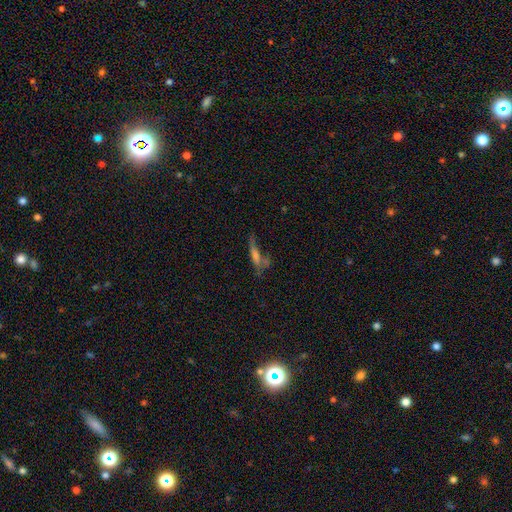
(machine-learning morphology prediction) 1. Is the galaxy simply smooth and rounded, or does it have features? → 44% smooth, 40% featured or disk, 16% star or artifact.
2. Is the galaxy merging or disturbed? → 50% none, 20% minor disturbance, 17% merger, 13% major disturbance.